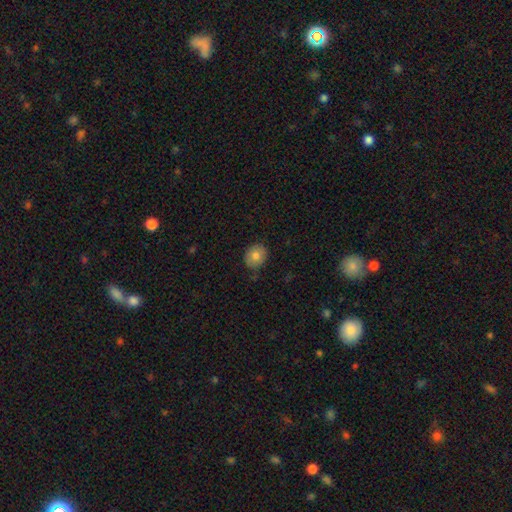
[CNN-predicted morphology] This appears to be a smooth galaxy with no disk features (79%) that is round (58%). Merging: none (80%).